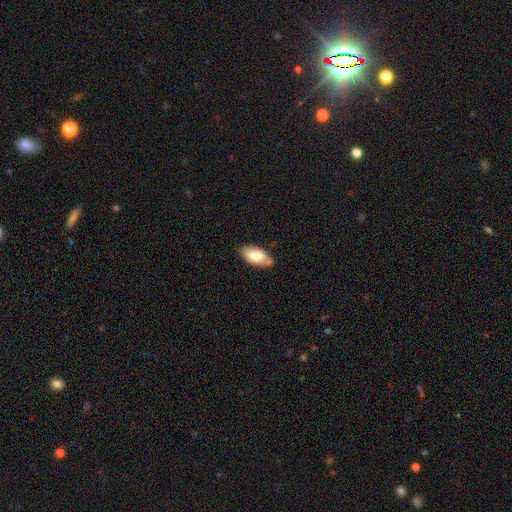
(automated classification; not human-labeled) Overall: smooth (74%). How rounded: in between (93%). Merging: none (75%).